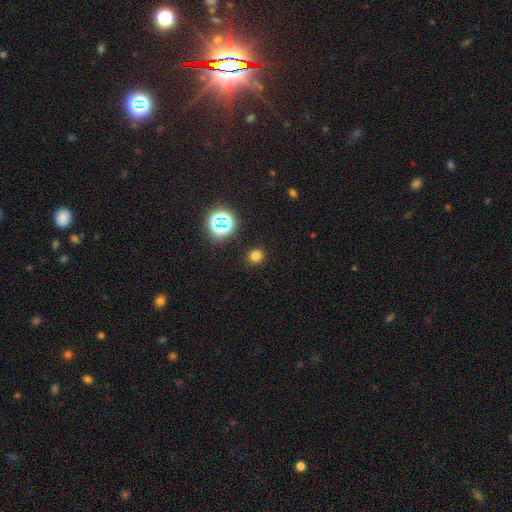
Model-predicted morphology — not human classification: A smooth galaxy with no disk features (74%) that is round (88%). Merging: none (89%).